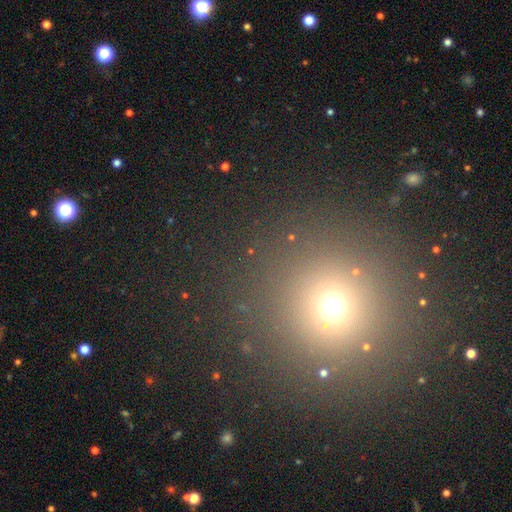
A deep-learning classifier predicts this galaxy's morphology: Overall: smooth (49%; star or artifact 43%). Merging: none (88%).